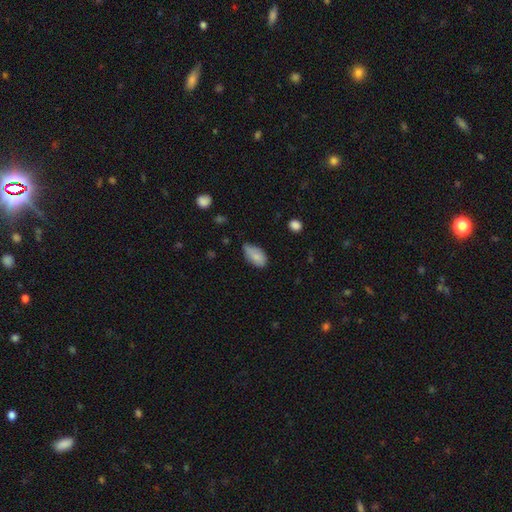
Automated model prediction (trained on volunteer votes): Overall: smooth (80%). How rounded: in between (93%). Merging: minor disturbance (45%; none 43%).